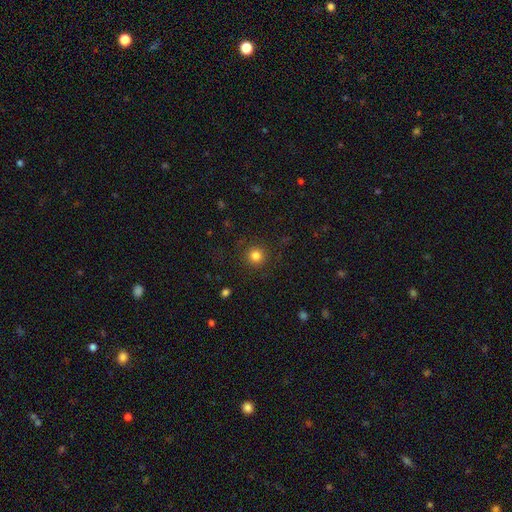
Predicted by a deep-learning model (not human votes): smooth_or_featured: smooth (p=0.82) [alt: star or artifact p=0.12]
how_rounded: round (p=0.94) [alt: in between p=0.05]
merging: none (p=0.89) [alt: minor disturbance p=0.06]